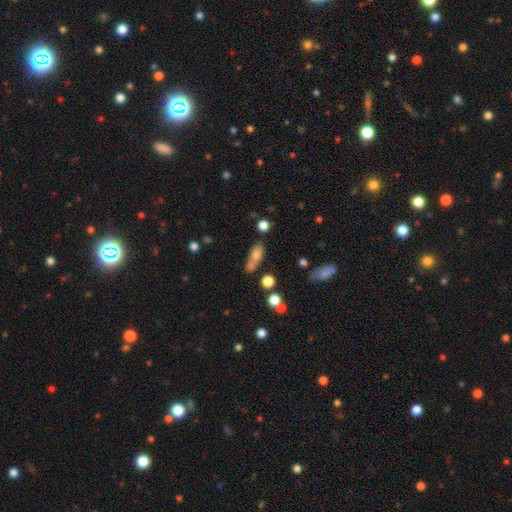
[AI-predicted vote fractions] The model was most divided on "merging": none: 44%, merger: 26%, minor disturbance: 21%, major disturbance: 9%. More confident: smooth or featured — smooth (74%); how rounded — in between (65%).